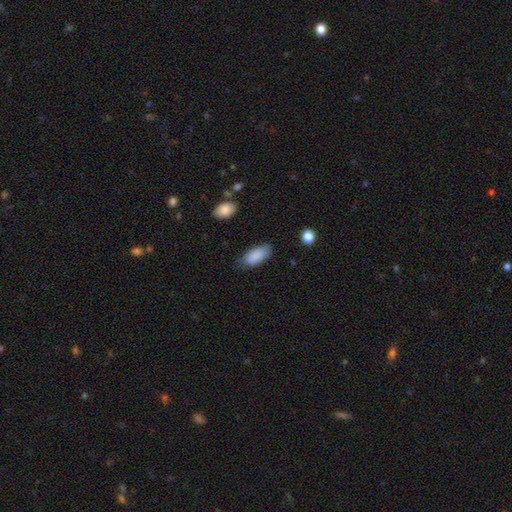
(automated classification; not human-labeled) A smooth galaxy with no disk features (88%) that is in between round and cigar-shaped (89%). Merging: none (73%).